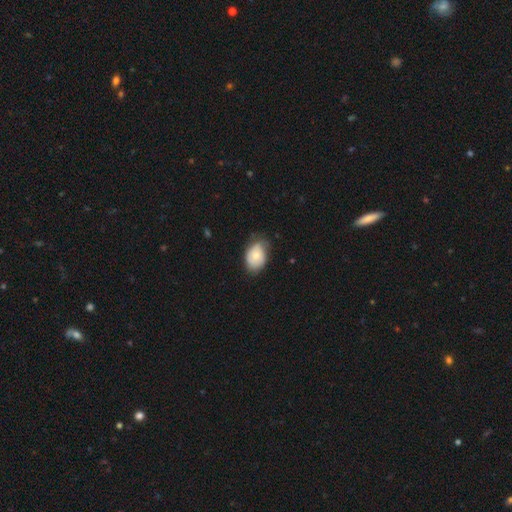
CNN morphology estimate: smooth-or-featured: smooth: 69% | featured or disk: 24% | star or artifact: 7%
  how-rounded: in between: 79% | round: 20% | cigar-shaped: 1%
  merging: none: 58% | minor disturbance: 33% | major disturbance: 7% | merger: 1%